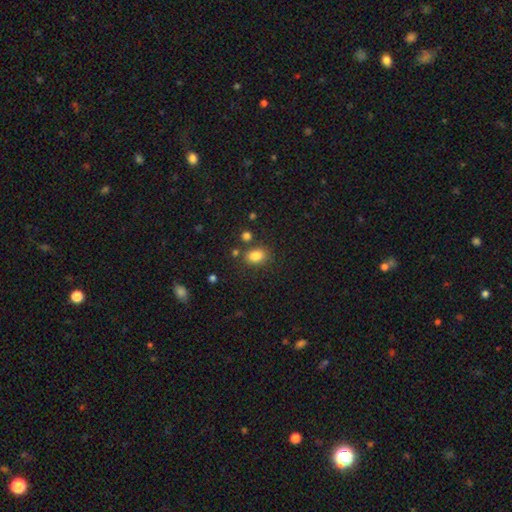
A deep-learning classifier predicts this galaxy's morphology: smooth 83%, star or artifact 11%, featured or disk 6%. Down the decision tree: how rounded — in between (70%); merging — none (75%).